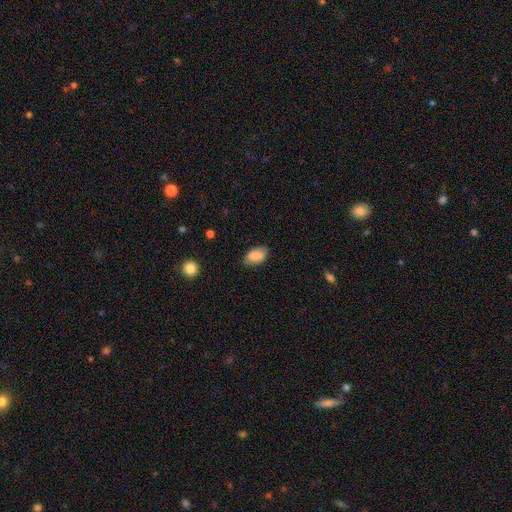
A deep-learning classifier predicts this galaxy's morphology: This appears to be a smooth galaxy with no disk features (85%) that is in between round and cigar-shaped (92%). Merging: none (78%).